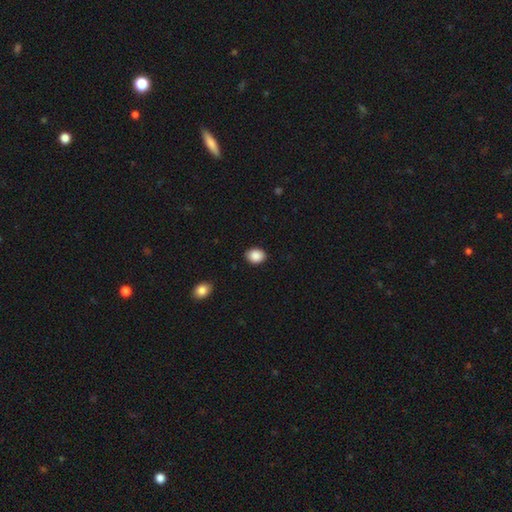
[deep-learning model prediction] Smooth or featured?
  - smooth: 89% *
  - star or artifact: 8%
  - featured or disk: 3%
How rounded?
  - in between: 57% *
  - round: 43%
  - cigar-shaped: 1%
Merging?
  - none: 88% *
  - minor disturbance: 8%
  - major disturbance: 2%
  - merger: 1%